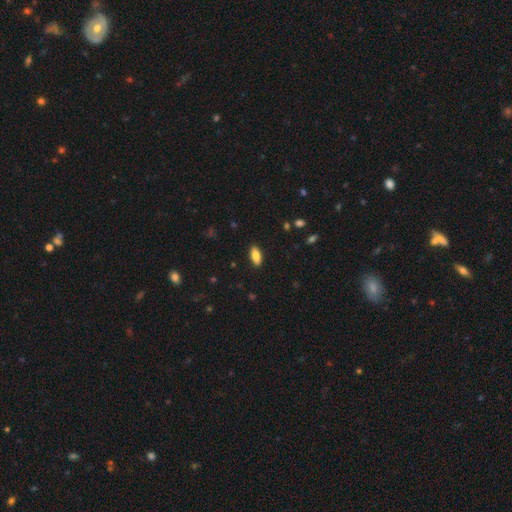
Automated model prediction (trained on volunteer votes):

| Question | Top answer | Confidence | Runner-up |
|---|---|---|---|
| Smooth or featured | smooth | 82% | featured or disk (10%) |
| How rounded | in between | 85% | cigar-shaped (13%) |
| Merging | none | 89% | minor disturbance (8%) |